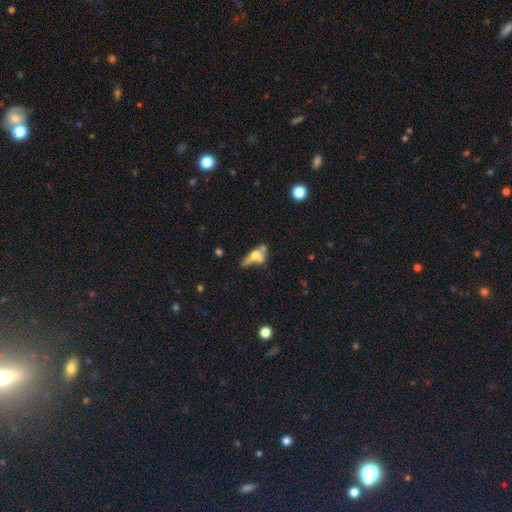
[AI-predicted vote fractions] Overall: featured or disk (46%; smooth 43%). Merging: merger (32%; none 30%).